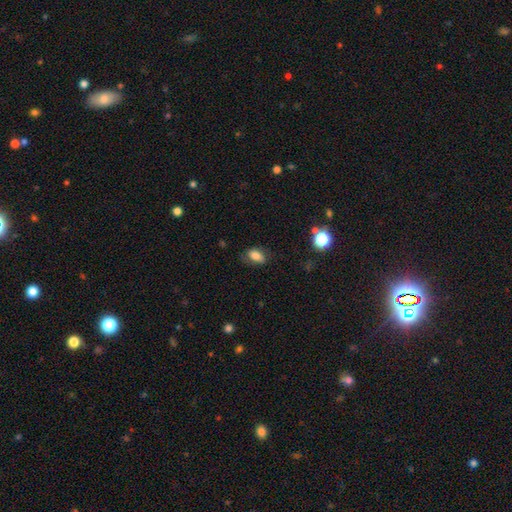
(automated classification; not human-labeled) smooth_or_featured: smooth (p=0.76) [alt: featured or disk p=0.14]
how_rounded: in between (p=0.85) [alt: round p=0.13]
merging: none (p=0.72) [alt: minor disturbance p=0.20]